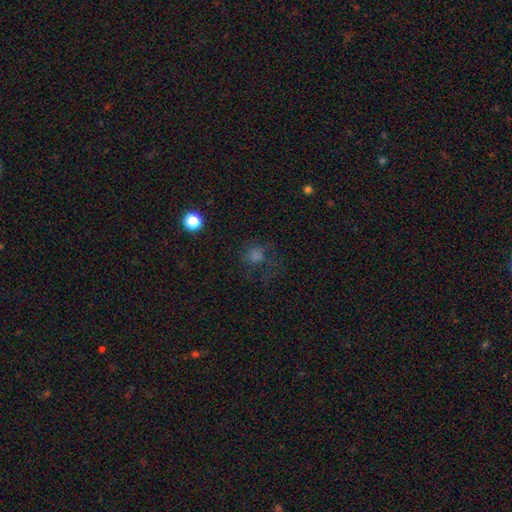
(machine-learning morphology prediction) This is possibly a smooth galaxy (57%). How rounded: likely round (78%). Merging: possibly none (54%).